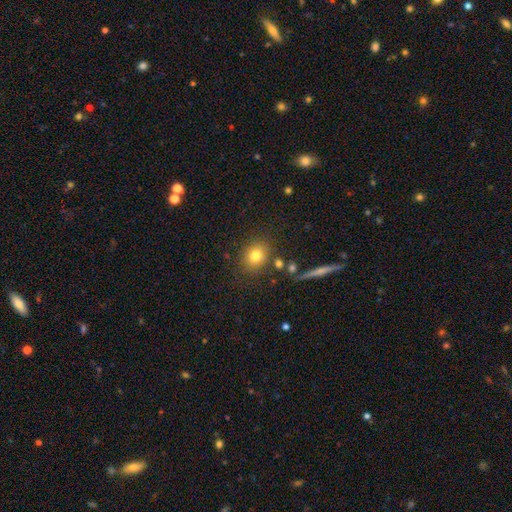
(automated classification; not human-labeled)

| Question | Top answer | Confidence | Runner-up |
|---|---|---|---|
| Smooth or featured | smooth | 78% | star or artifact (12%) |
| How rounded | round | 67% | in between (31%) |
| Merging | none | 78% | minor disturbance (12%) |